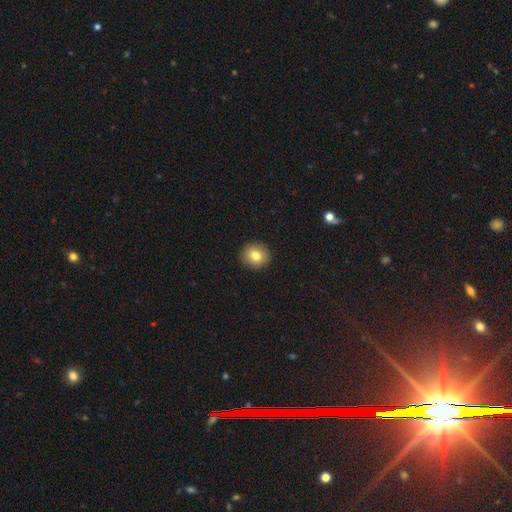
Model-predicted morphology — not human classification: smooth-or-featured: smooth: 80% | featured or disk: 10% | star or artifact: 9%
  how-rounded: round: 89% | in between: 10% | cigar-shaped: 1%
  merging: none: 92% | minor disturbance: 5% | major disturbance: 2% | merger: 1%